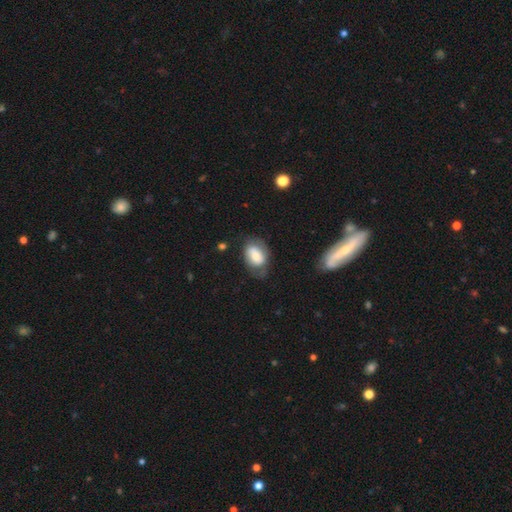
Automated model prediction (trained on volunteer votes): Morphology: type=smooth (65%); roundness=in between (84%); merging=none (57%).